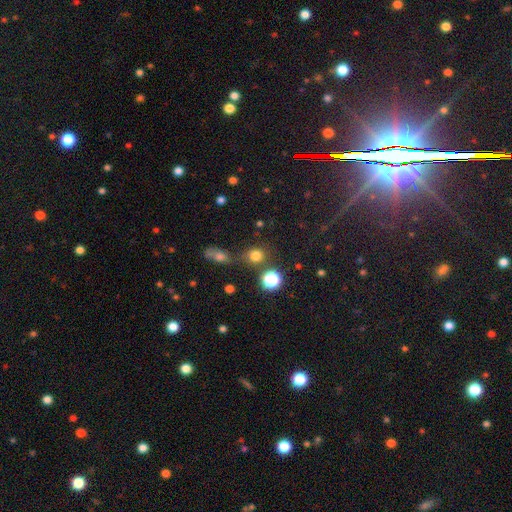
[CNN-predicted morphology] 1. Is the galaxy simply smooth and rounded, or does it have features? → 74% smooth, 20% star or artifact, 7% featured or disk.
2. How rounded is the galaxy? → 81% round, 18% in between, 1% cigar-shaped.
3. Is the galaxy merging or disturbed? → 68% none, 15% merger, 11% minor disturbance, 5% major disturbance.